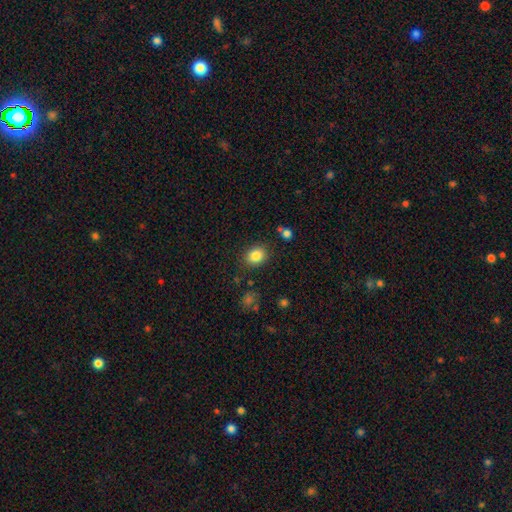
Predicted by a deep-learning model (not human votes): This appears to be a smooth galaxy with no disk features (84%) that is round (50%). Merging: none (84%).